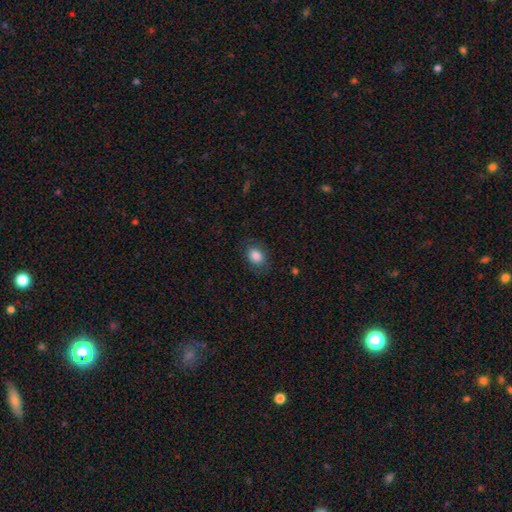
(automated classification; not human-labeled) Smooth or featured?
  - smooth: 85% *
  - star or artifact: 8%
  - featured or disk: 7%
How rounded?
  - in between: 72% *
  - round: 27%
  - cigar-shaped: 1%
Merging?
  - none: 79% *
  - minor disturbance: 15%
  - major disturbance: 5%
  - merger: 1%